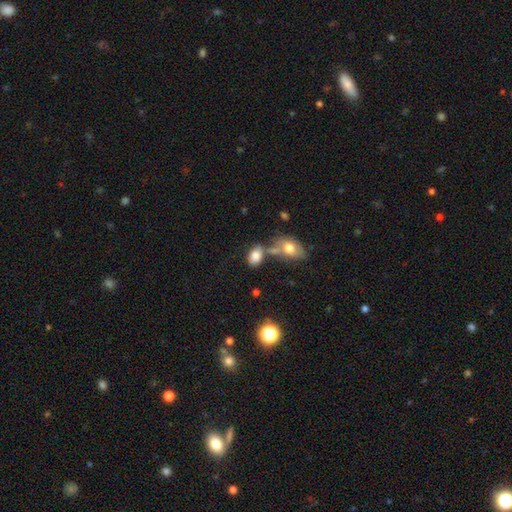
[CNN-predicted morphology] A smooth galaxy with no disk features (80%) that is in between round and cigar-shaped (87%). Merging: none (43%).